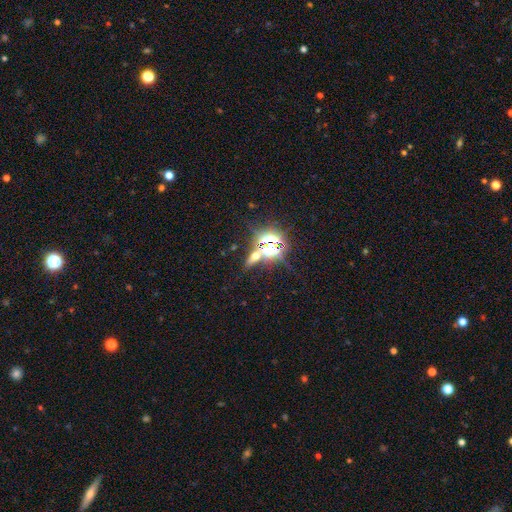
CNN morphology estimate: Smooth or featured?
  - star or artifact: 57% *
  - smooth: 26%
  - featured or disk: 17%